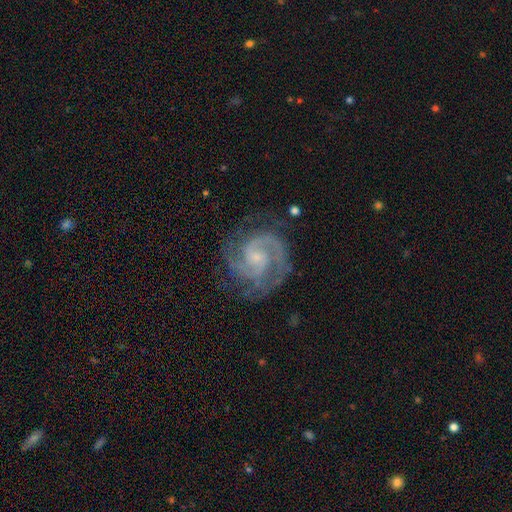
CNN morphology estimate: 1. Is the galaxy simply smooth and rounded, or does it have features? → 92% featured or disk, 5% star or artifact, 3% smooth.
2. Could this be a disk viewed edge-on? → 98% no, 2% yes.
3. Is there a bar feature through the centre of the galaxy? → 54% no, 37% weak, 9% strong.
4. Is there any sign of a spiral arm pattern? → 99% yes, 1% no.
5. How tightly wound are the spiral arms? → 49% tight, 46% medium, 5% loose.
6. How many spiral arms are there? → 80% 2, 10% 3, 4% can't tell, 2% 4, 2% 1, 2% more than 4.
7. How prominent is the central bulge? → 70% small, 18% moderate, 10% none, 1% large, 1% dominant.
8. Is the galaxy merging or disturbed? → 78% none, 14% minor disturbance, 6% major disturbance, 1% merger.